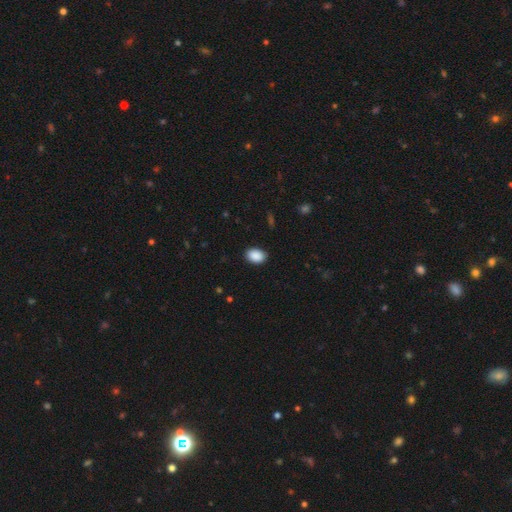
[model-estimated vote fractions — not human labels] Q: Smooth or featured?
A: smooth (90%); runner-up: star or artifact (7%)
Q: How rounded?
A: in between (79%); runner-up: round (20%)
Q: Merging?
A: none (88%); runner-up: minor disturbance (9%)